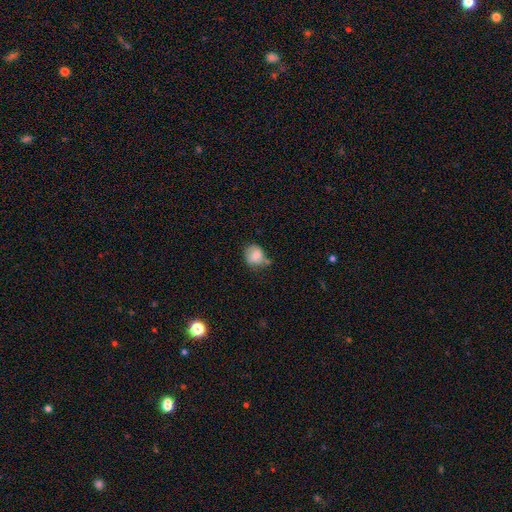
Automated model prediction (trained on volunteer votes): Overall: smooth (78%). How rounded: round (68%; in between 31%). Merging: none (53%; minor disturbance 30%).